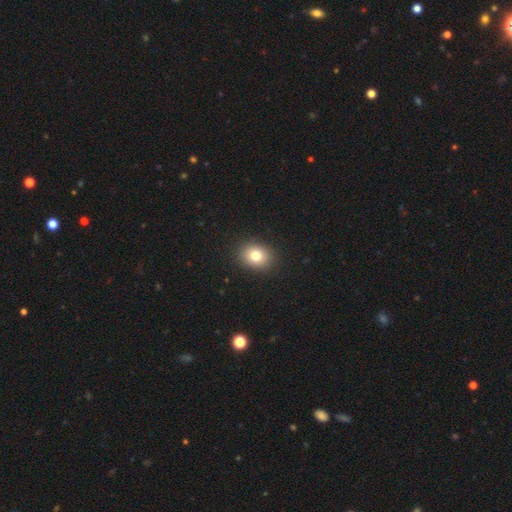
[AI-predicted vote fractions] Smooth or featured? Predicted: smooth (p=0.80). How rounded? Predicted: round (p=0.51). Merging? Predicted: none (p=0.90).